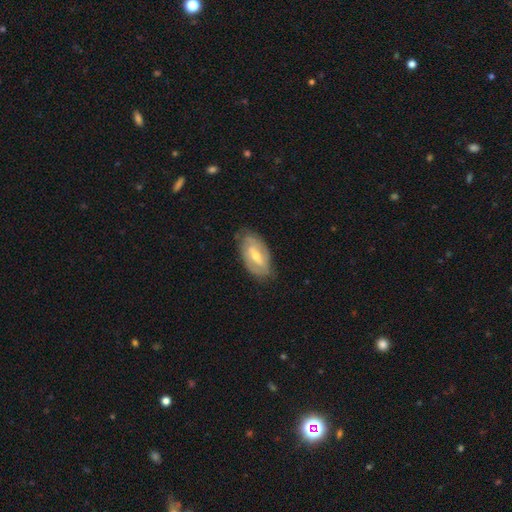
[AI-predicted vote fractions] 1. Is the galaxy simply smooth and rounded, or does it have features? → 68% featured or disk, 25% smooth, 6% star or artifact.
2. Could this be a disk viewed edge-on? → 92% no, 8% yes.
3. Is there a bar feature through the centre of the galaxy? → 46% weak, 34% strong, 19% no.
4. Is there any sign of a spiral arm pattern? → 74% yes, 26% no.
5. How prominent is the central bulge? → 55% moderate, 40% small, 3% large, 2% none, 1% dominant.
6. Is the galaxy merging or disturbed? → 78% none, 17% minor disturbance, 4% major disturbance, 1% merger.